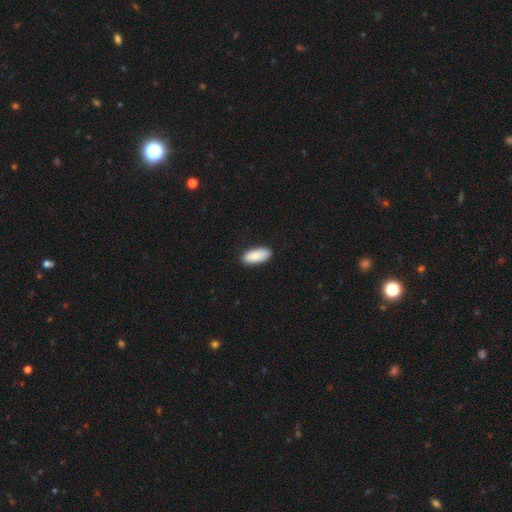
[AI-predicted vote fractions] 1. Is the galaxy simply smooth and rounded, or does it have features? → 87% smooth, 7% featured or disk, 6% star or artifact.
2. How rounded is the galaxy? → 89% in between, 10% cigar-shaped, 2% round.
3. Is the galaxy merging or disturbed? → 88% none, 9% minor disturbance, 2% major disturbance, 1% merger.